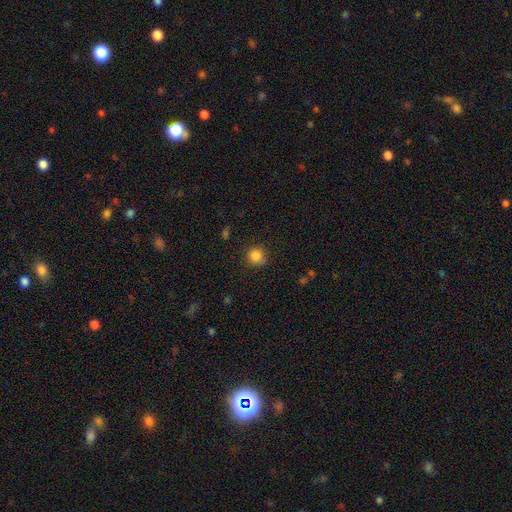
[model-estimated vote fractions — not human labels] smooth-or-featured: smooth: 85% | star or artifact: 11% | featured or disk: 4%
  how-rounded: round: 91% | in between: 8% | cigar-shaped: 1%
  merging: none: 82% | minor disturbance: 13% | major disturbance: 3% | merger: 1%